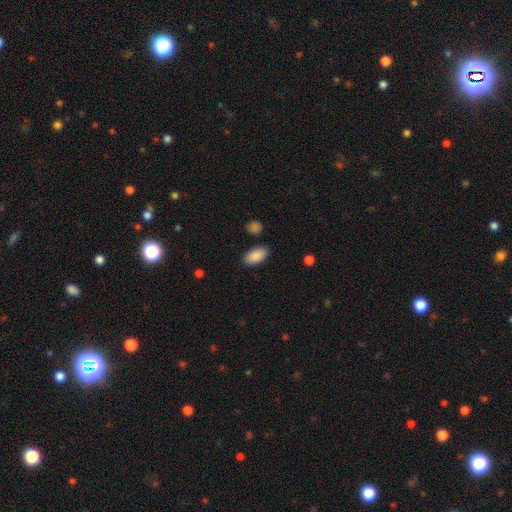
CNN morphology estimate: type=smooth (89%); roundness=in between (94%); merging=none (86%).